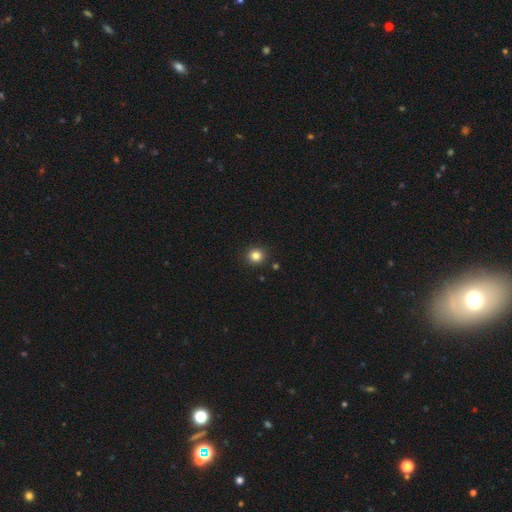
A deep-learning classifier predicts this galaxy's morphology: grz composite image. It shows a smooth galaxy with no disk features (83%) that is round (92%). Merging: none (91%).